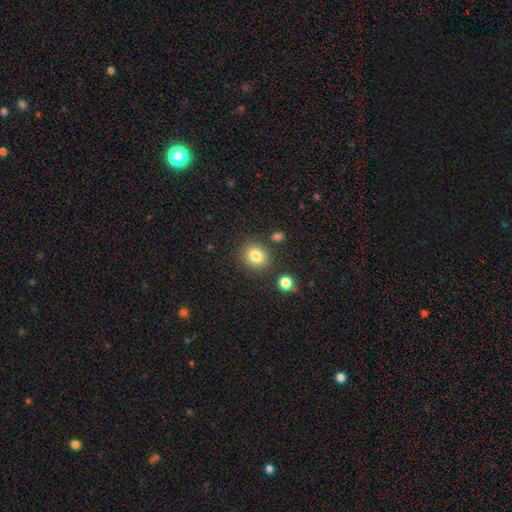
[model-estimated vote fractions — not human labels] smooth 82%, star or artifact 11%, featured or disk 7%. Down the decision tree: how rounded — round (81%); merging — none (83%).